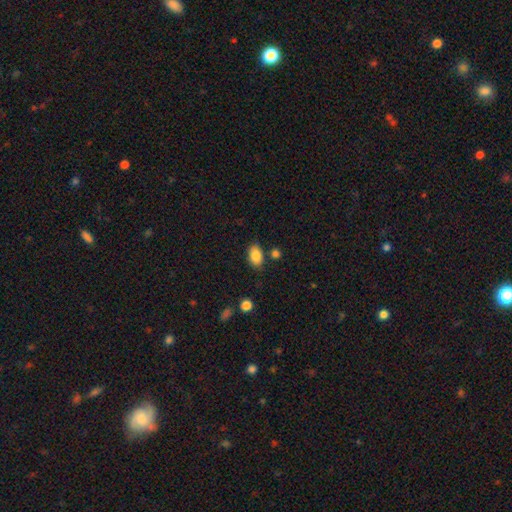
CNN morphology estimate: A smooth galaxy with no disk features (86%) that is in between round and cigar-shaped (86%). Merging: none (76%).